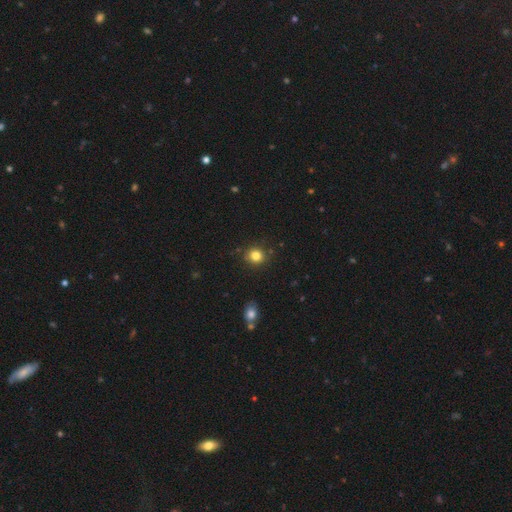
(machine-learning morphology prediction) smooth-or-featured: smooth: 82% | star or artifact: 13% | featured or disk: 6%
  how-rounded: round: 87% | in between: 12% | cigar-shaped: 1%
  merging: none: 88% | minor disturbance: 8% | merger: 2% | major disturbance: 2%